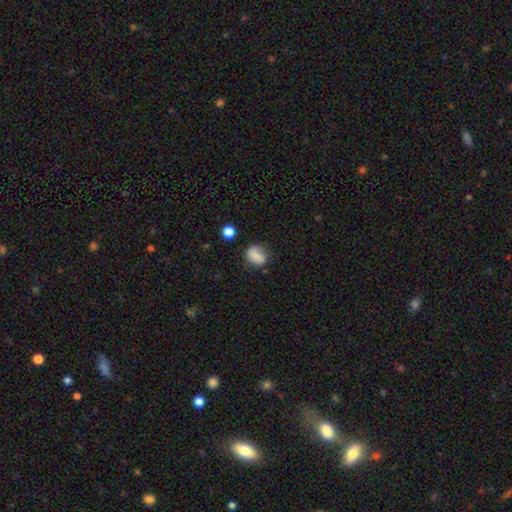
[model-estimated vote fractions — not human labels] smooth 78%, featured or disk 12%, star or artifact 10%. Down the decision tree: how rounded — in between (63%); merging — none (65%).